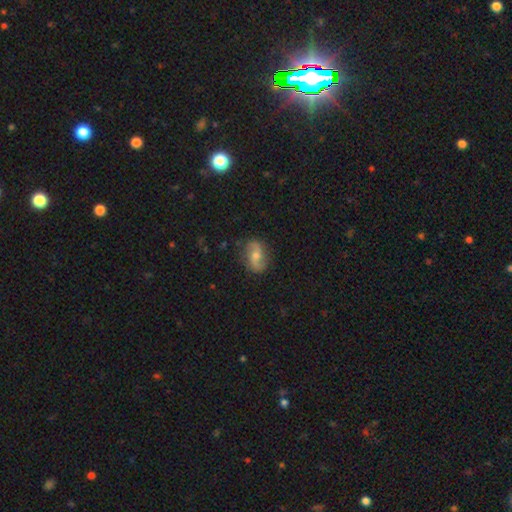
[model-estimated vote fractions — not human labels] A featured or disk galaxy (66%) with no bar (44%), 2 (90%) loose (54%) spiral arms (88%) and a moderate central bulge (60%). Merging: none (82%).